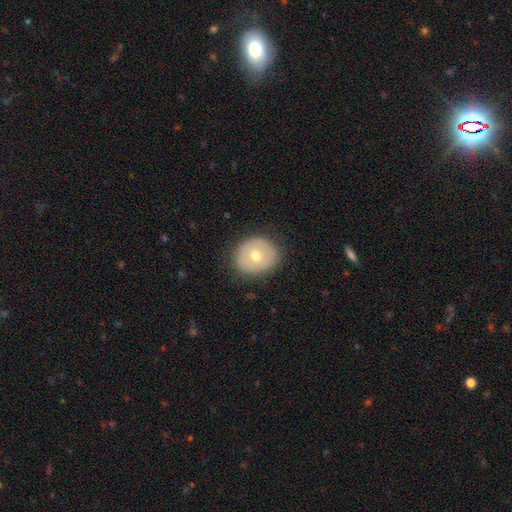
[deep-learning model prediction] smooth_or_featured: smooth (p=0.59) [alt: featured or disk p=0.33]
how_rounded: round (p=0.77) [alt: in between p=0.22]
merging: none (p=0.86) [alt: minor disturbance p=0.10]